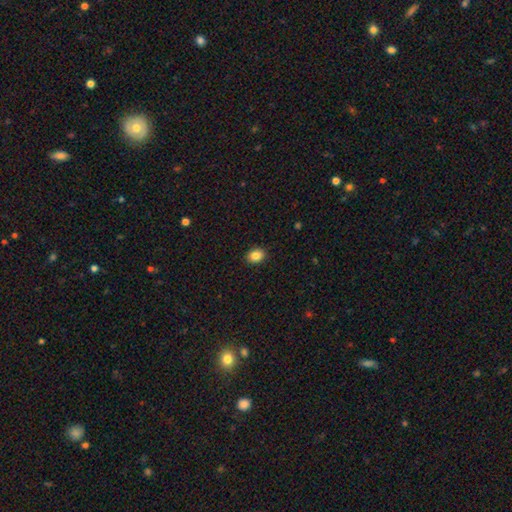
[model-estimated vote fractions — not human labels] Q: Smooth or featured?
A: smooth (85%); runner-up: star or artifact (10%)
Q: How rounded?
A: in between (54%); runner-up: round (45%)
Q: Merging?
A: none (90%); runner-up: minor disturbance (7%)